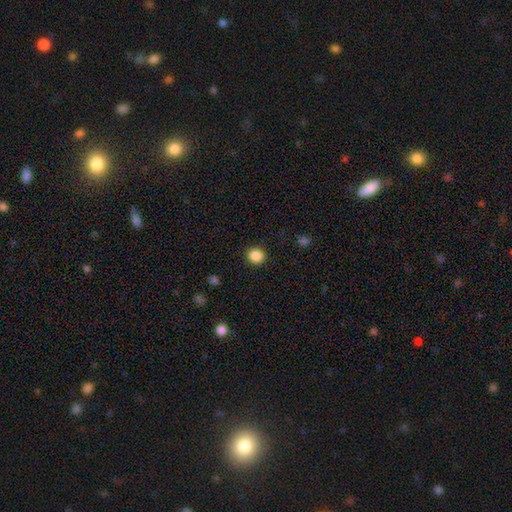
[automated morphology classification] type=smooth (86%); roundness=round (87%); merging=none (91%).